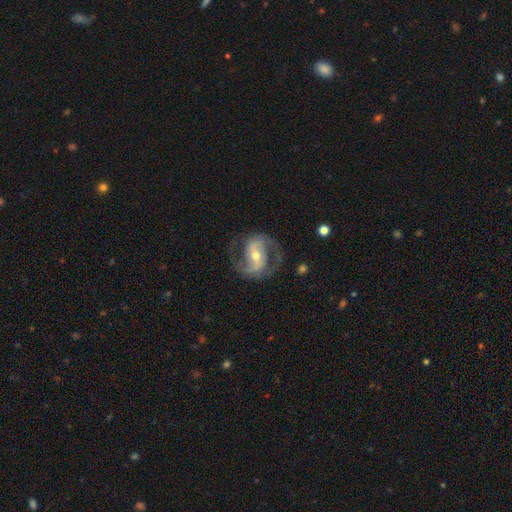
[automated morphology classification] Smooth or featured? featured or disk (90%)
Edge-on disk? no (97%)
Bar? strong (39%)
Spiral arms? yes (96%)
Spiral winding? medium (58%)
Spiral arm count? 2 (92%)
Bulge size? moderate (58%)
Merging? none (77%)